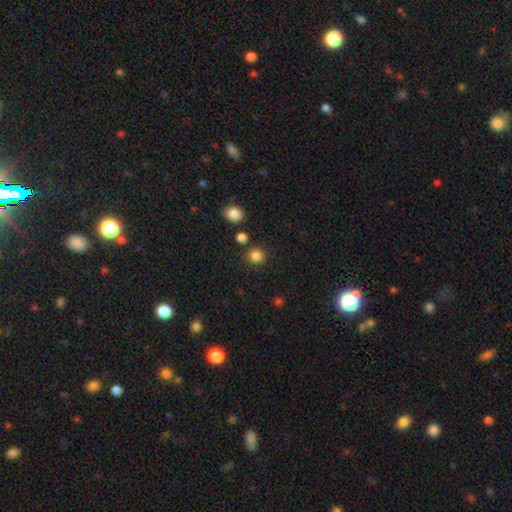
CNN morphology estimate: This appears to be a smooth galaxy with no disk features (85%) that is round (88%). Merging: none (86%).